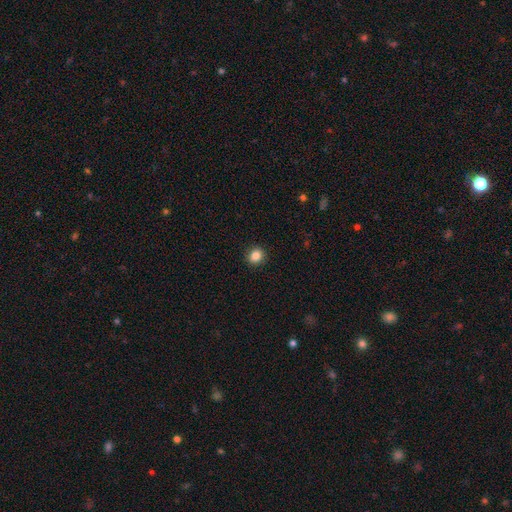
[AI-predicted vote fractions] Smooth or featured? Predicted: smooth (p=0.85). How rounded? Predicted: round (p=0.80). Merging? Predicted: none (p=0.91).